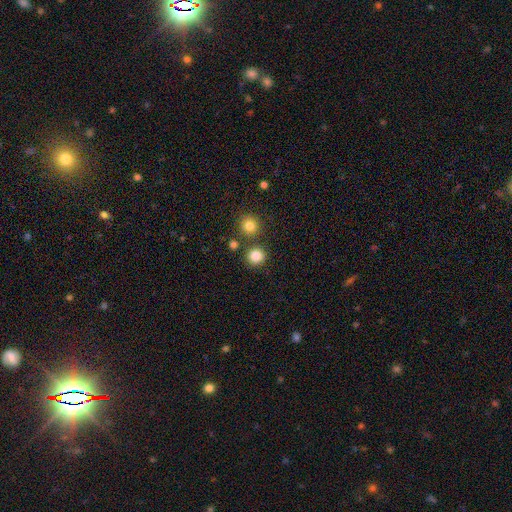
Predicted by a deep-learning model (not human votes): Smooth or featured? Predicted: smooth (p=0.84). How rounded? Predicted: round (p=0.91). Merging? Predicted: none (p=0.83).